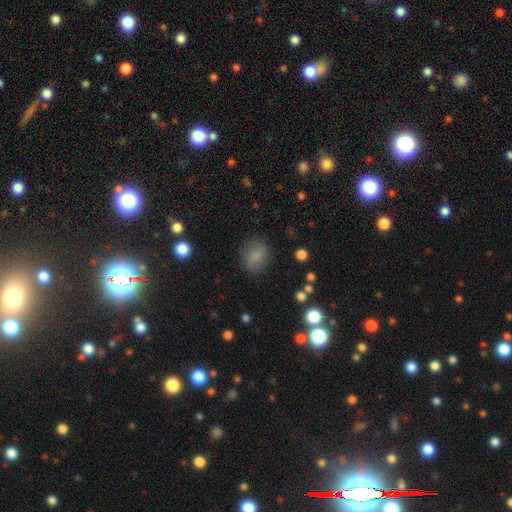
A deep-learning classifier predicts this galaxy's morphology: This is likely a smooth galaxy (74%). How rounded: possibly round (54%). Merging: likely none (79%).